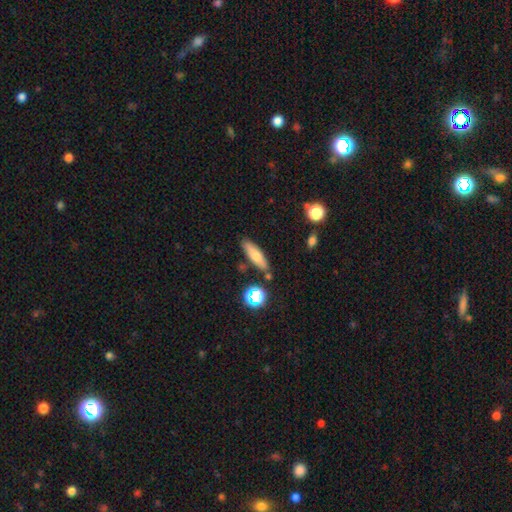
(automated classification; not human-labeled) Morphology: type=smooth (73%); roundness=cigar-shaped (58%); merging=none (81%).